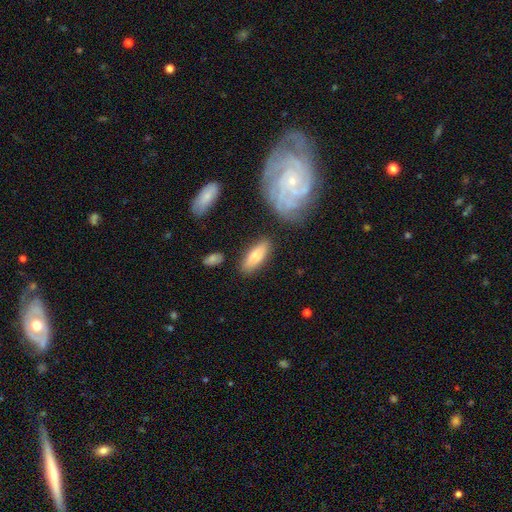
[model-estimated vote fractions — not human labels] Smooth or featured?
  - smooth: 77% *
  - featured or disk: 16%
  - star or artifact: 6%
How rounded?
  - in between: 69% *
  - cigar-shaped: 28%
  - round: 2%
Merging?
  - none: 79% *
  - minor disturbance: 13%
  - merger: 4%
  - major disturbance: 4%